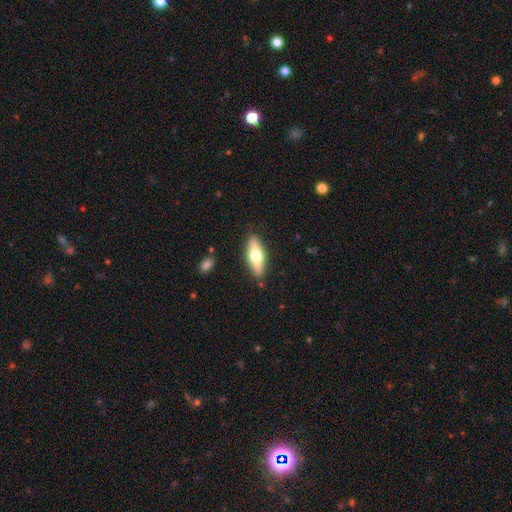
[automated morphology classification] A smooth galaxy with no disk features (53%) that is in between round and cigar-shaped (55%).

Vote fractions:
- Smooth or featured? smooth: 53% / featured or disk: 41% / star or artifact: 6%
- How rounded? in between: 55% / cigar-shaped: 42% / round: 3%
- Merging? none: 87% / minor disturbance: 10% / major disturbance: 2% / merger: 2%